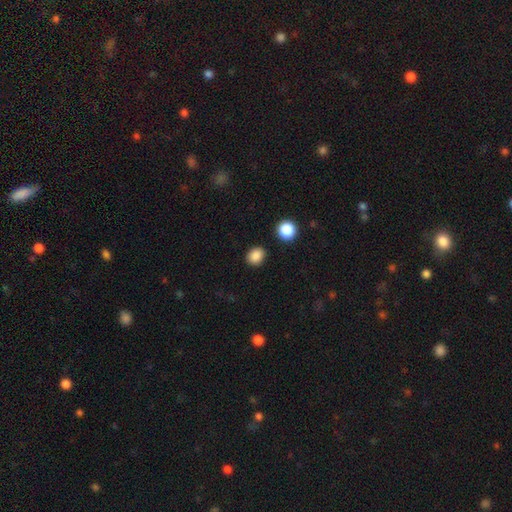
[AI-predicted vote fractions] smooth_or_featured: smooth (p=0.86) [alt: star or artifact p=0.10]
how_rounded: round (p=0.63) [alt: in between p=0.36]
merging: none (p=0.88) [alt: minor disturbance p=0.07]